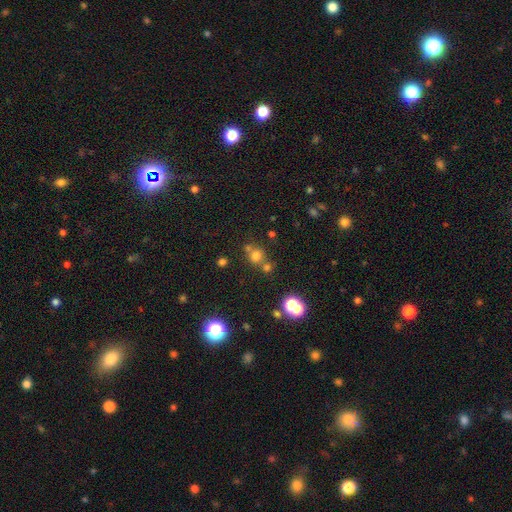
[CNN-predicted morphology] Smooth or featured?
  - smooth: 67% *
  - star or artifact: 24%
  - featured or disk: 9%
How rounded?
  - round: 87% *
  - in between: 12%
  - cigar-shaped: 1%
Merging?
  - none: 61% *
  - merger: 26%
  - minor disturbance: 9%
  - major disturbance: 4%